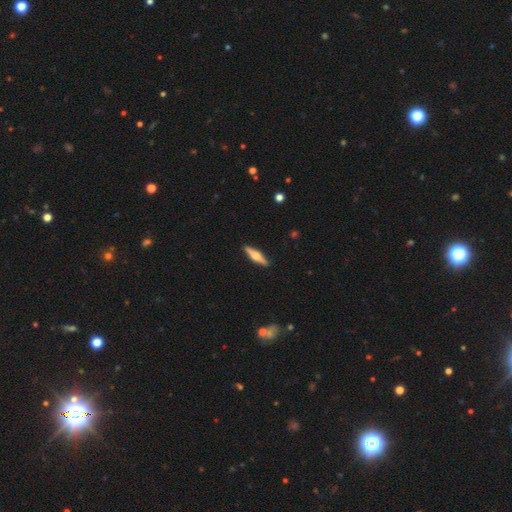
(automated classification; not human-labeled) Smooth or featured? Predicted: featured or disk (p=0.62). Edge-on disk? Predicted: yes (p=0.97). Edge-on bulge? Predicted: rounded (p=0.89). Merging? Predicted: none (p=0.91).